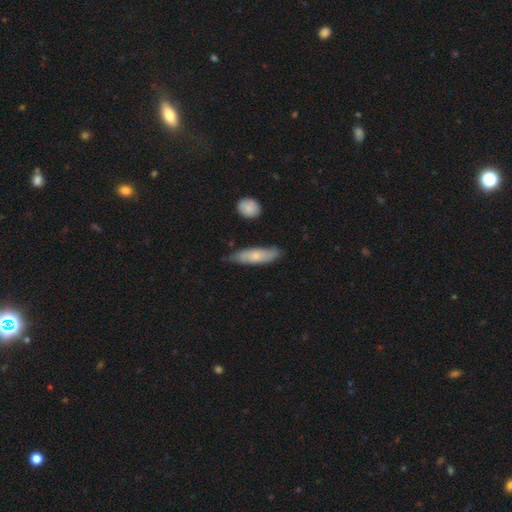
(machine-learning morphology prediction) A smooth galaxy with no disk features (66%) that is cigar-shaped (58%).

Vote fractions:
- Smooth or featured? smooth: 66% / featured or disk: 29% / star or artifact: 5%
- How rounded? cigar-shaped: 58% / in between: 40% / round: 2%
- Merging? none: 69% / minor disturbance: 25% / major disturbance: 4% / merger: 3%